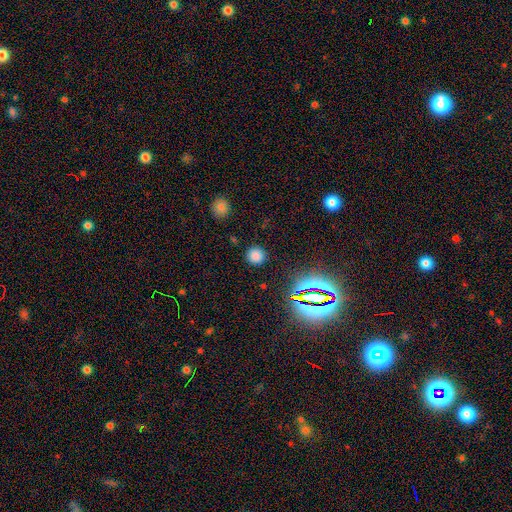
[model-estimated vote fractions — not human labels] Smooth or featured? Predicted: smooth (p=0.75). How rounded? Predicted: round (p=0.93). Merging? Predicted: none (p=0.89).